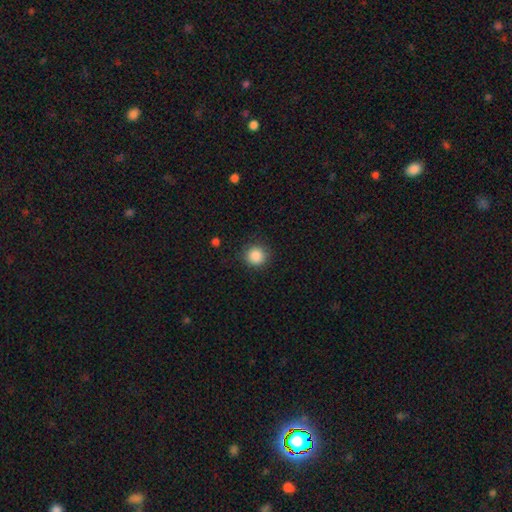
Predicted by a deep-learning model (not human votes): Overall: smooth (87%). How rounded: round (93%). Merging: none (88%).